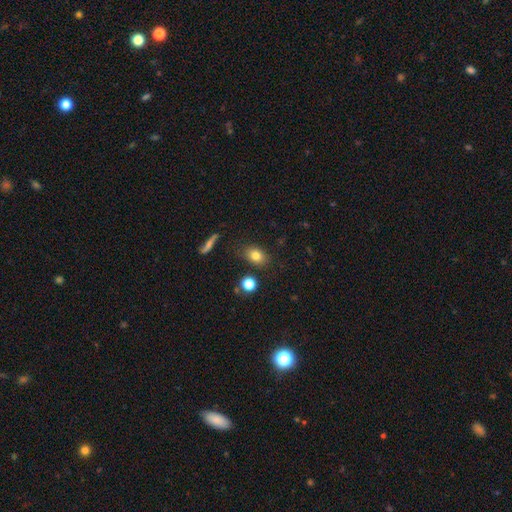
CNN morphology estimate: A smooth galaxy with no disk features (79%) that is in between round and cigar-shaped (67%).

Vote fractions:
- Smooth or featured? smooth: 79% / star or artifact: 11% / featured or disk: 10%
- How rounded? in between: 67% / round: 31% / cigar-shaped: 2%
- Merging? none: 81% / minor disturbance: 11% / merger: 4% / major disturbance: 3%